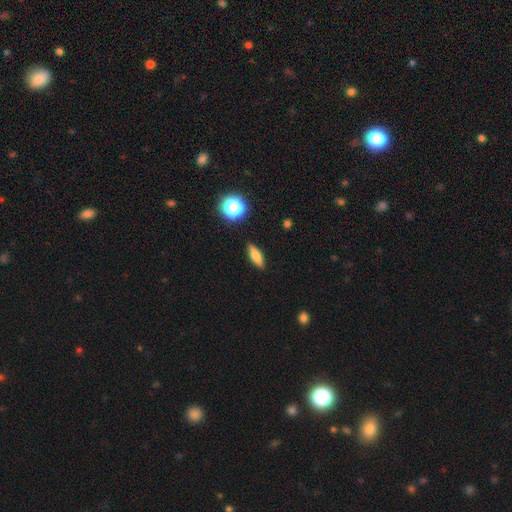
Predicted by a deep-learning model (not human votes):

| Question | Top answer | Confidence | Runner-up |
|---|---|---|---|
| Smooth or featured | smooth | 69% | featured or disk (22%) |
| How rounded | in between | 52% | cigar-shaped (43%) |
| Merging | none | 88% | minor disturbance (9%) |